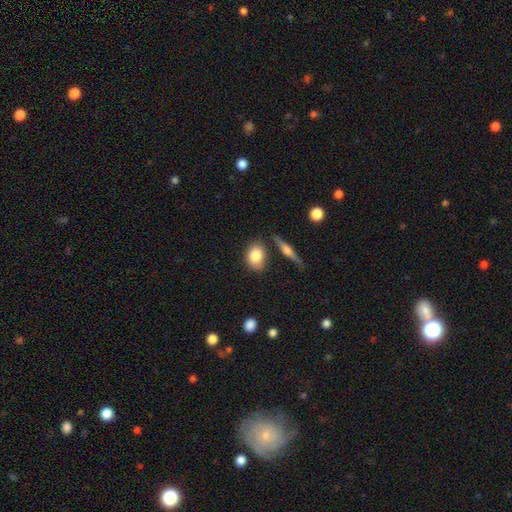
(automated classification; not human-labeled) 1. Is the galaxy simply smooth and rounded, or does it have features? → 82% smooth, 11% featured or disk, 7% star or artifact.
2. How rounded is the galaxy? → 63% in between, 34% round, 3% cigar-shaped.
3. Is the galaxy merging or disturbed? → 71% none, 17% minor disturbance, 8% merger, 5% major disturbance.